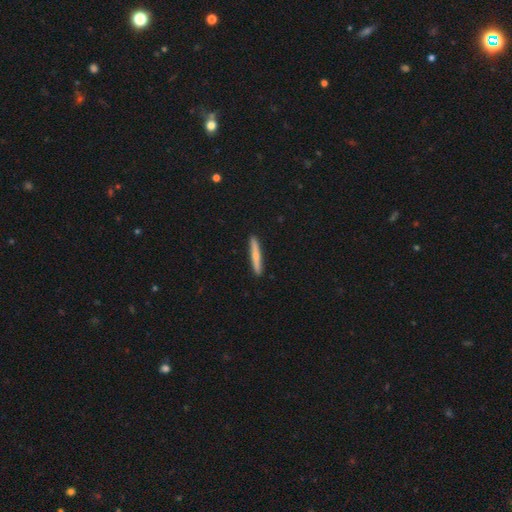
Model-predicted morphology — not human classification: A smooth galaxy with no disk features (63%) that is cigar-shaped (94%). Merging: none (91%).